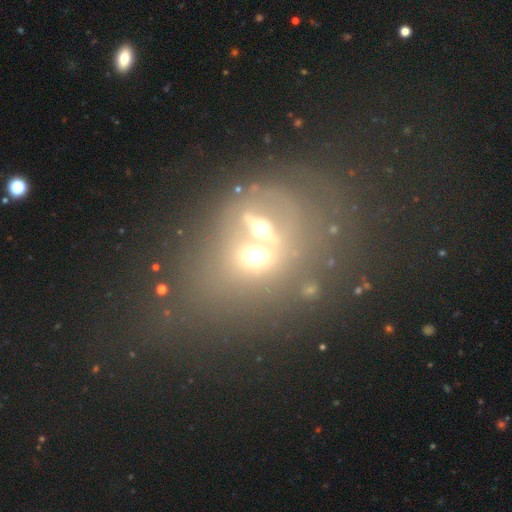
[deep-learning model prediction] smooth 41%, featured or disk 36%, star or artifact 23%. Down the decision tree: merging — merger (59%).